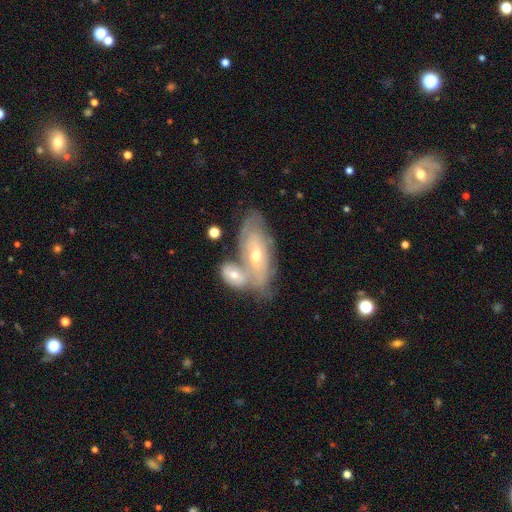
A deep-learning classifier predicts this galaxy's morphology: This appears to be a featured or disk galaxy (69%) with no bar (62%), spiral arms (78%) and a small central bulge (50%). Merging: none (52%).